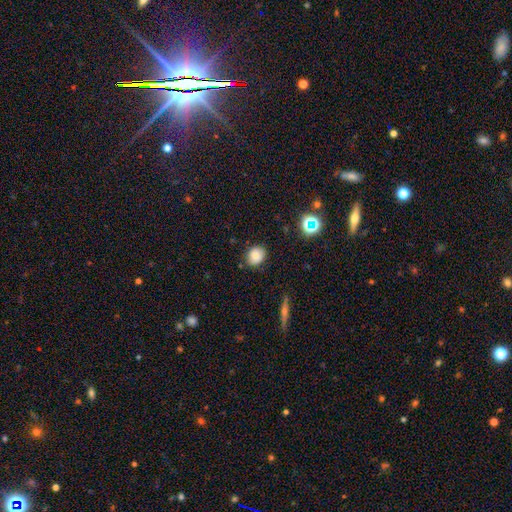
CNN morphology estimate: This is likely a smooth galaxy (80%). How rounded: possibly round (60%). Merging: clearly none (83%).